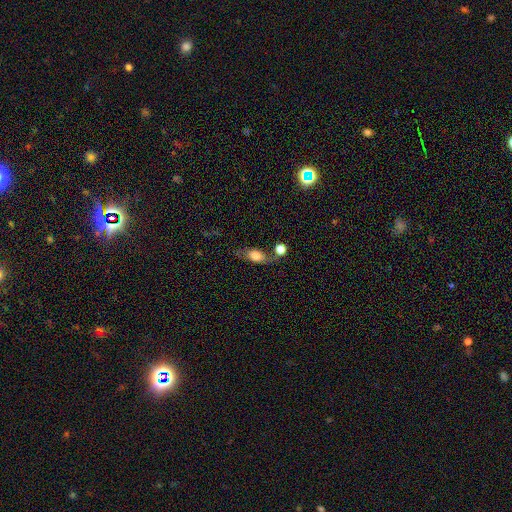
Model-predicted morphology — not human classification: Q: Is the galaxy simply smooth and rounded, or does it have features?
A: smooth — 64%.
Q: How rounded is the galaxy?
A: in between — 74%.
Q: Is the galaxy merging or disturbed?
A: none — 47%.